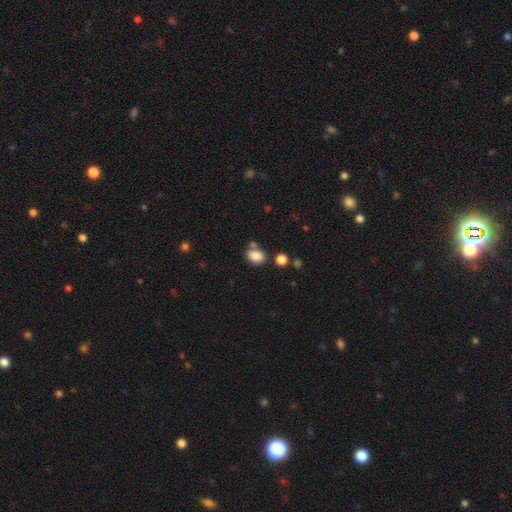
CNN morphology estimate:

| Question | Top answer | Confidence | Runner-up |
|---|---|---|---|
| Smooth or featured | smooth | 85% | star or artifact (10%) |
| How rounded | in between | 63% | round (36%) |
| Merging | none | 66% | merger (15%) |